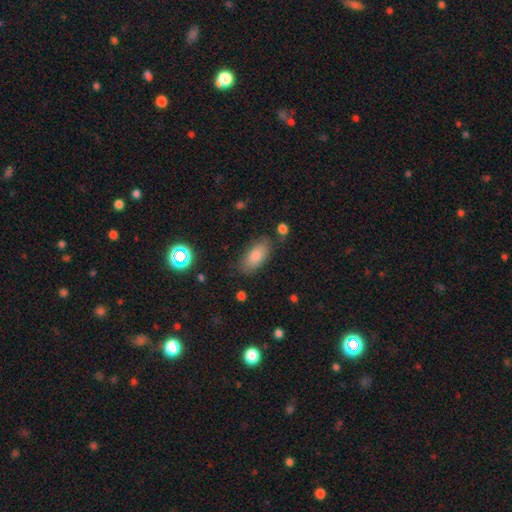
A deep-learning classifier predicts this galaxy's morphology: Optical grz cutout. It shows a smooth galaxy with no disk features (79%) that is in between round and cigar-shaped (87%). Merging: none (80%).